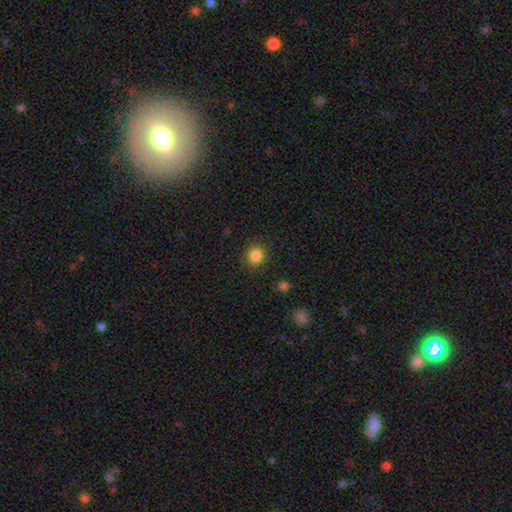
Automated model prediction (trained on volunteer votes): Morphology: type=smooth (85%); roundness=round (84%); merging=none (88%).